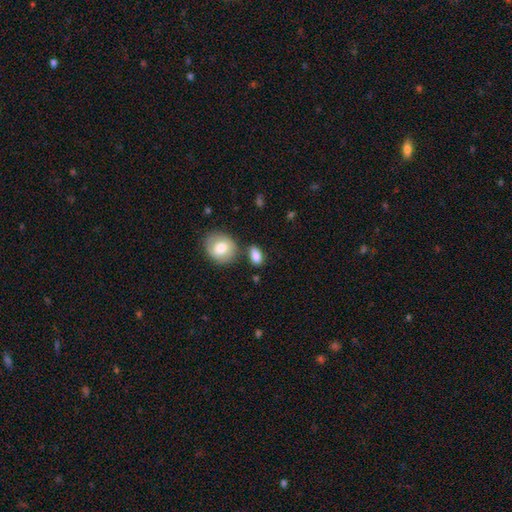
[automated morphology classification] Q: Smooth or featured?
A: smooth (85%); runner-up: featured or disk (8%)
Q: How rounded?
A: in between (80%); runner-up: round (16%)
Q: Merging?
A: none (67%); runner-up: minor disturbance (17%)